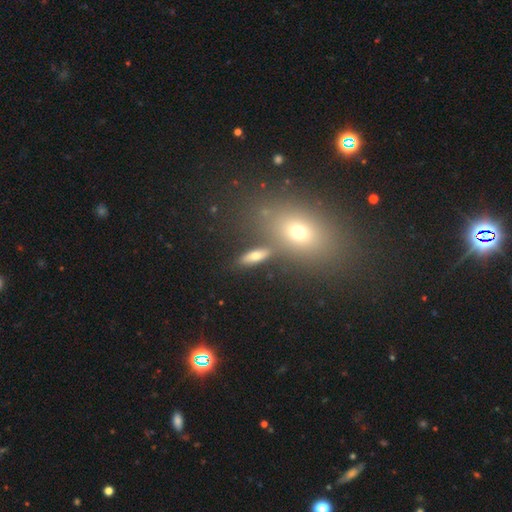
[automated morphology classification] type=smooth (62%); roundness=in between (58%); merging=none (74%).